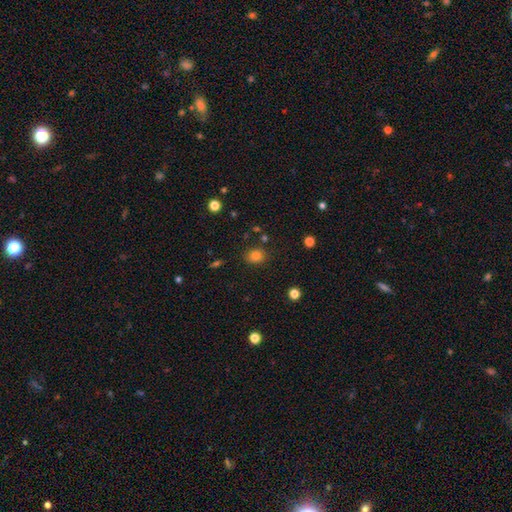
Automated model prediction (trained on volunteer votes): This is clearly a smooth galaxy (80%). How rounded: possibly round (58%). Merging: clearly none (81%).